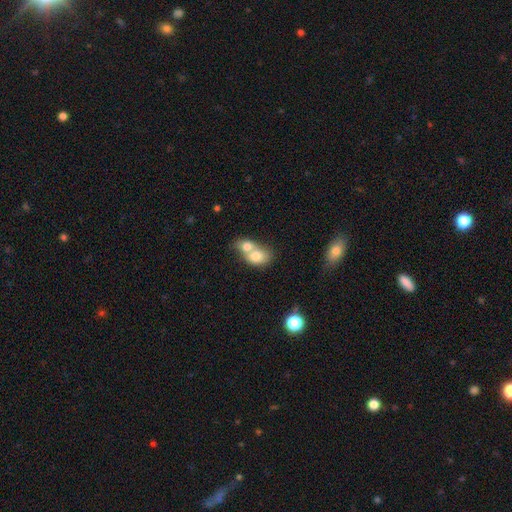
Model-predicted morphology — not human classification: Q: Smooth or featured?
A: smooth (73%); runner-up: featured or disk (20%)
Q: How rounded?
A: in between (62%); runner-up: round (36%)
Q: Merging?
A: merger (77%); runner-up: none (15%)